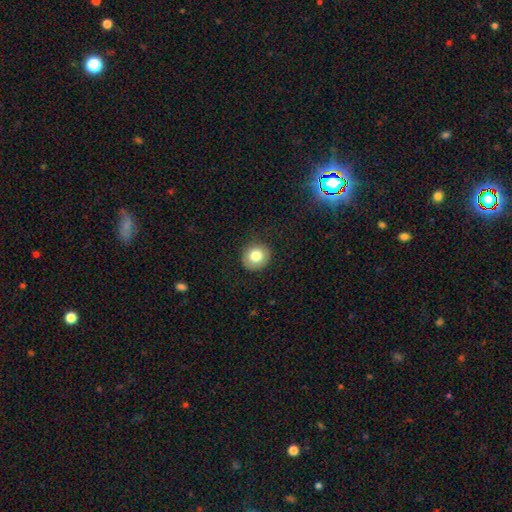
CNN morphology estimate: smooth_or_featured: smooth (p=0.80) [alt: featured or disk p=0.10]
how_rounded: round (p=0.87) [alt: in between p=0.12]
merging: none (p=0.85) [alt: minor disturbance p=0.11]